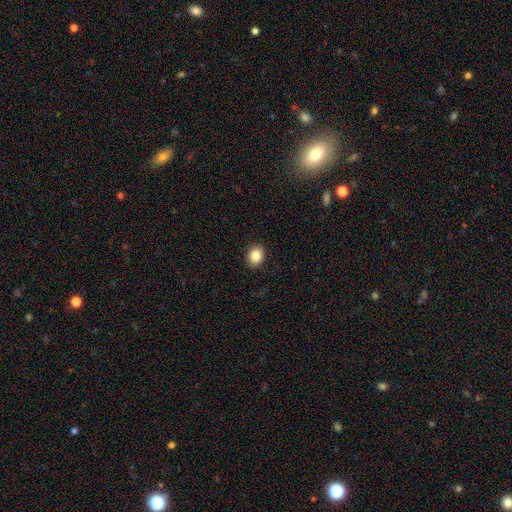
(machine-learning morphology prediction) type=smooth (85%); roundness=round (51%); merging=none (91%).